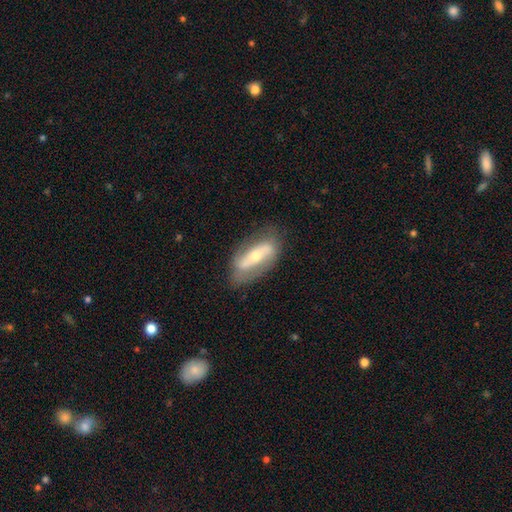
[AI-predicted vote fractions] Overall: featured or disk (67%; smooth 27%). Edge-on disk: no (83%). Bar: strong (47%; no 30%). Spiral arms: yes (66%; no 34%). Bulge size: moderate (50%; small 44%). Merging: none (72%).